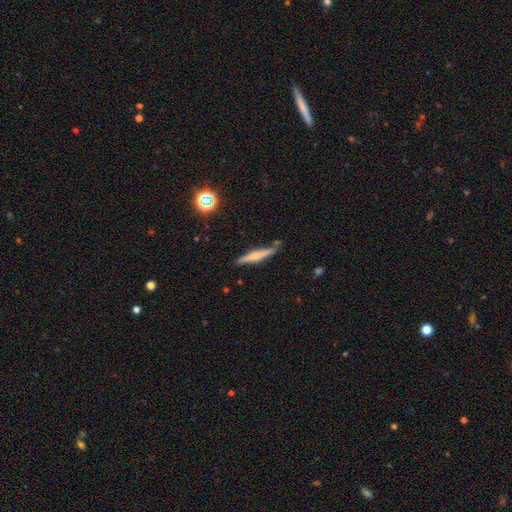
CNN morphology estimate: Smooth or featured? Predicted: smooth (p=0.49). Merging? Predicted: none (p=0.81).